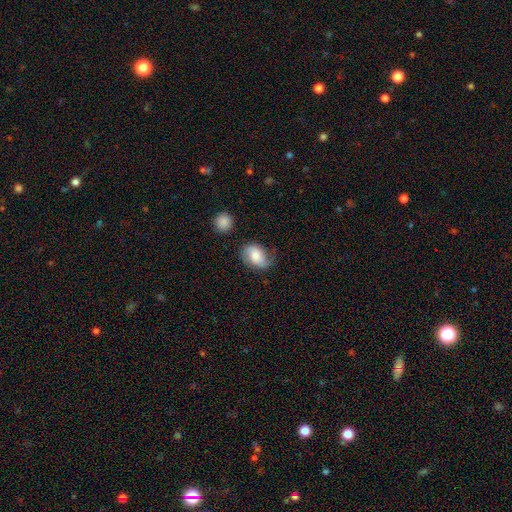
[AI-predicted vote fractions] Smooth or featured: smooth — 56% (featured or disk — 35%)
How rounded: in between — 77% (round — 21%)
Merging: none — 56% (minor disturbance — 29%)